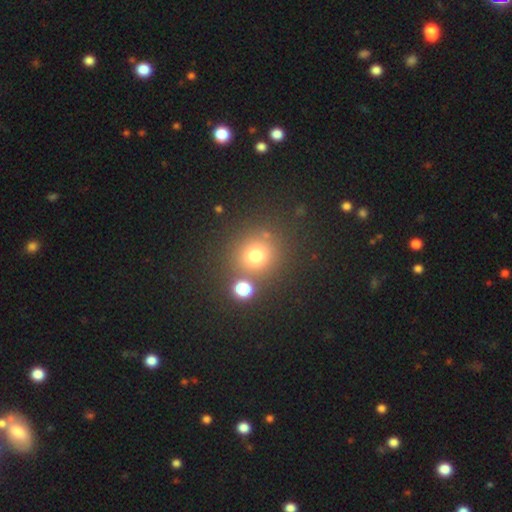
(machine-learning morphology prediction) The model was most divided on "smooth or featured": smooth: 73%, star or artifact: 19%, featured or disk: 9%. More confident: how rounded — round (89%); merging — none (75%).